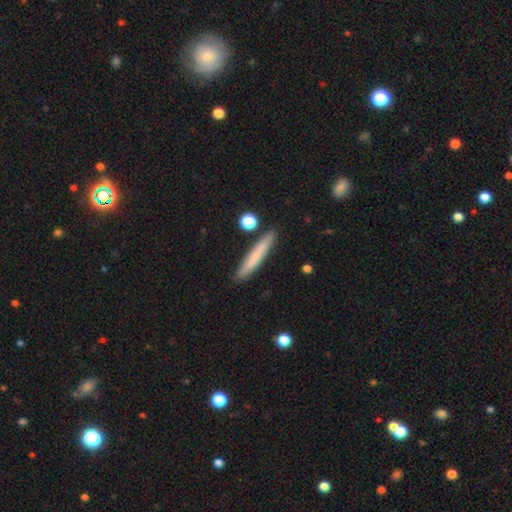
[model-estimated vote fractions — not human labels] smooth_or_featured: smooth (p=0.71) [alt: featured or disk p=0.23]
how_rounded: cigar-shaped (p=0.95) [alt: in between p=0.04]
merging: none (p=0.87) [alt: minor disturbance p=0.08]